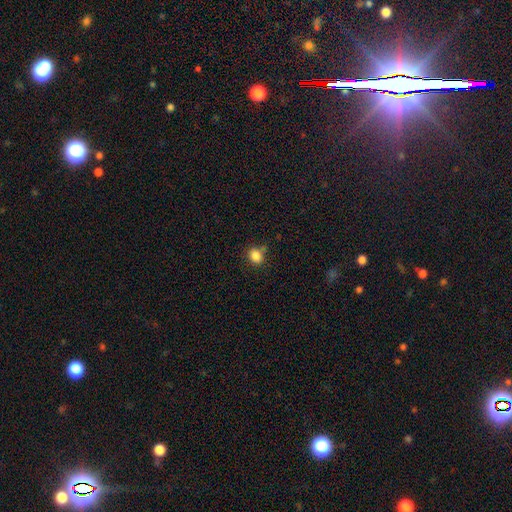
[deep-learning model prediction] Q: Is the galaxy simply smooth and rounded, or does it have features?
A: smooth — 85%.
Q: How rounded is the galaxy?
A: round — 68%.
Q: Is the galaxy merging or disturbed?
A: none — 72%.